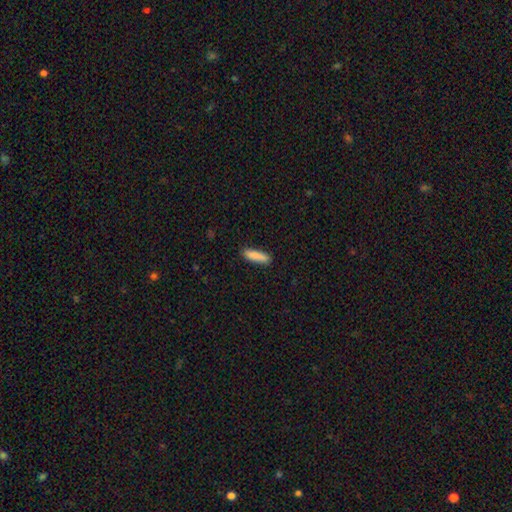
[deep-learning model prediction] smooth-or-featured: smooth: 88% | star or artifact: 6% | featured or disk: 5%
  how-rounded: cigar-shaped: 68% | in between: 30% | round: 2%
  merging: none: 88% | minor disturbance: 9% | major disturbance: 2% | merger: 1%